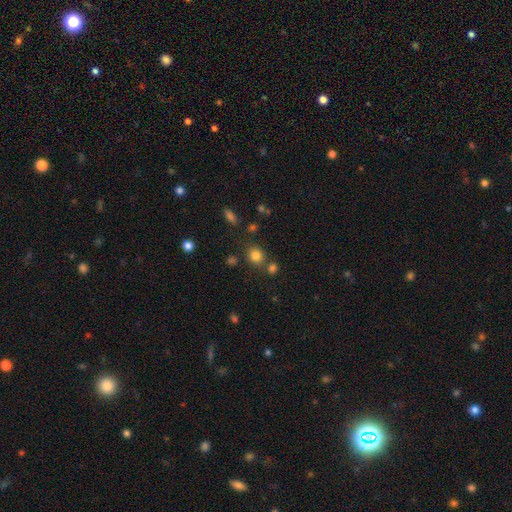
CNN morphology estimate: smooth_or_featured: smooth (p=0.80) [alt: star or artifact p=0.14]
how_rounded: round (p=0.77) [alt: in between p=0.22]
merging: none (p=0.72) [alt: merger p=0.14]